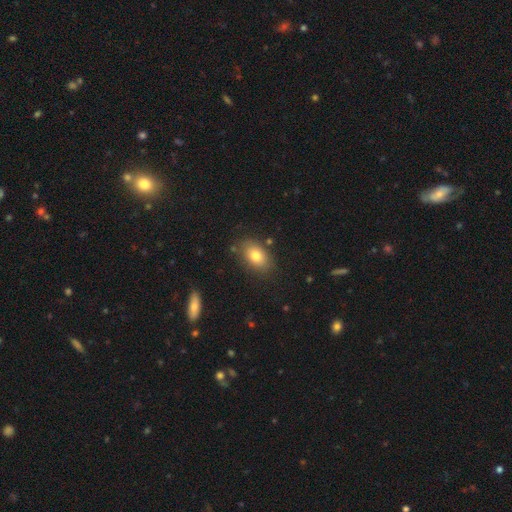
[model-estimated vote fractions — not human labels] Q: Smooth or featured?
A: smooth (79%); runner-up: featured or disk (12%)
Q: How rounded?
A: in between (86%); runner-up: round (13%)
Q: Merging?
A: none (81%); runner-up: minor disturbance (13%)